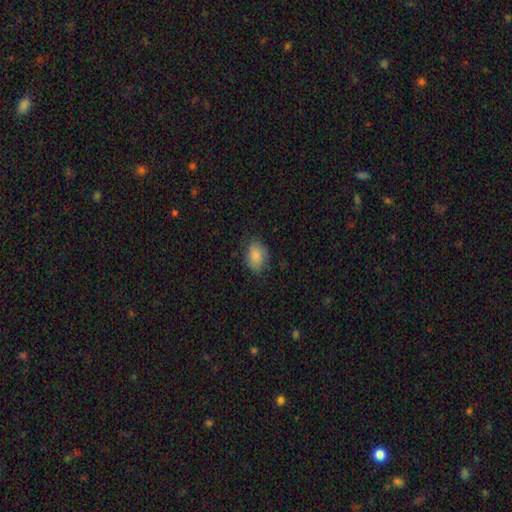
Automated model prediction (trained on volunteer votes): This is clearly a smooth galaxy (85%). How rounded: likely in between (78%). Merging: likely none (75%).